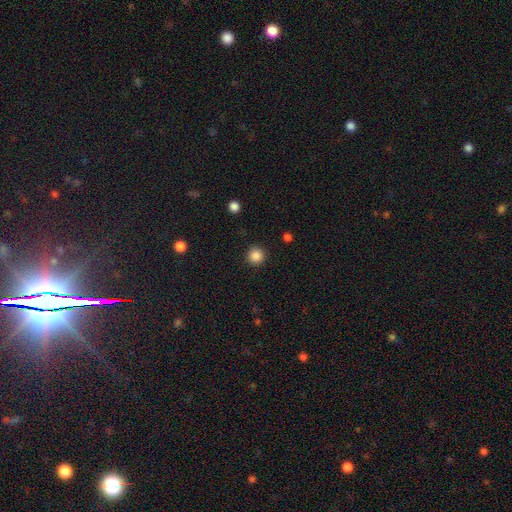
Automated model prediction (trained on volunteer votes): smooth_or_featured: smooth (p=0.86) [alt: star or artifact p=0.11]
how_rounded: round (p=0.95) [alt: in between p=0.04]
merging: none (p=0.92) [alt: minor disturbance p=0.05]